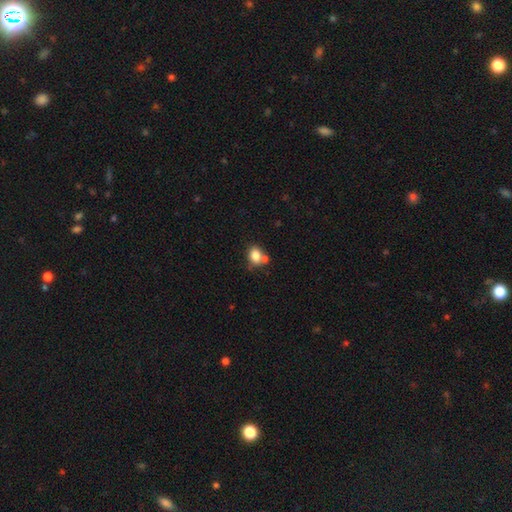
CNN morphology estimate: This is clearly a smooth galaxy (81%). How rounded: possibly in between (55%). Merging: possibly none (52%).